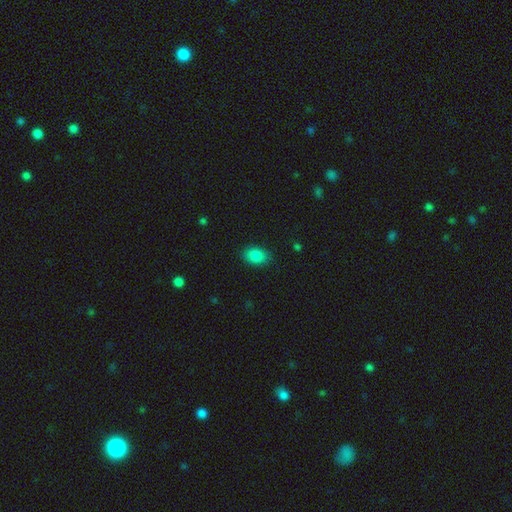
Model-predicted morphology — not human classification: type=smooth (87%); roundness=in between (85%); merging=none (86%).